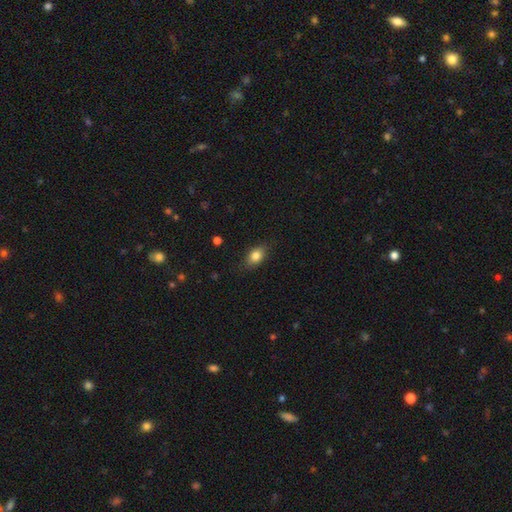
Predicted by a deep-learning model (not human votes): Q: Smooth or featured?
A: smooth (82%); runner-up: featured or disk (9%)
Q: How rounded?
A: in between (79%); runner-up: round (18%)
Q: Merging?
A: none (82%); runner-up: minor disturbance (14%)